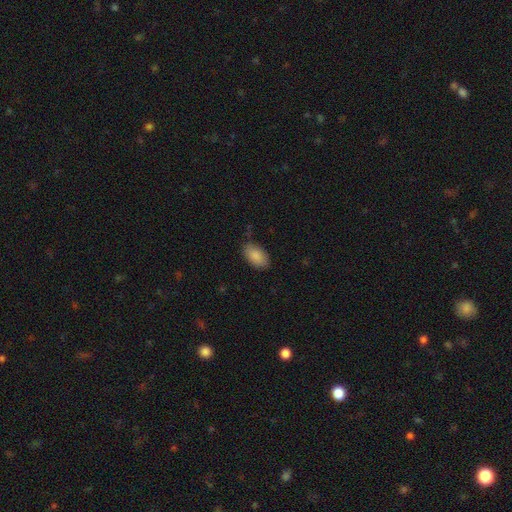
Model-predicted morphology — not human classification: Smooth or featured?
  - smooth: 88% *
  - star or artifact: 7%
  - featured or disk: 6%
How rounded?
  - in between: 94% *
  - round: 4%
  - cigar-shaped: 2%
Merging?
  - none: 79% *
  - minor disturbance: 16%
  - major disturbance: 3%
  - merger: 1%